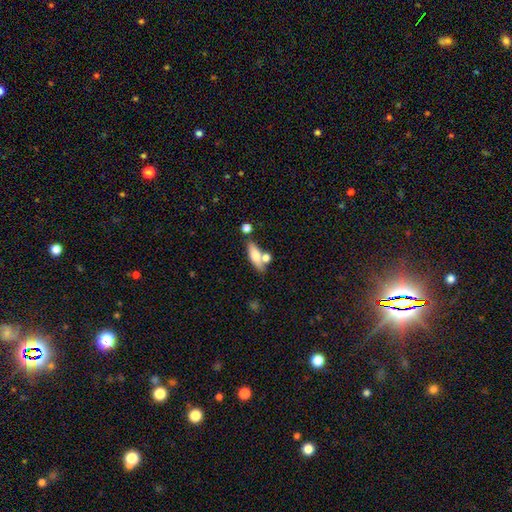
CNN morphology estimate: smooth-or-featured: smooth: 62% | featured or disk: 31% | star or artifact: 7%
  how-rounded: in between: 53% | cigar-shaped: 43% | round: 5%
  merging: none: 58% | merger: 24% | minor disturbance: 13% | major disturbance: 5%